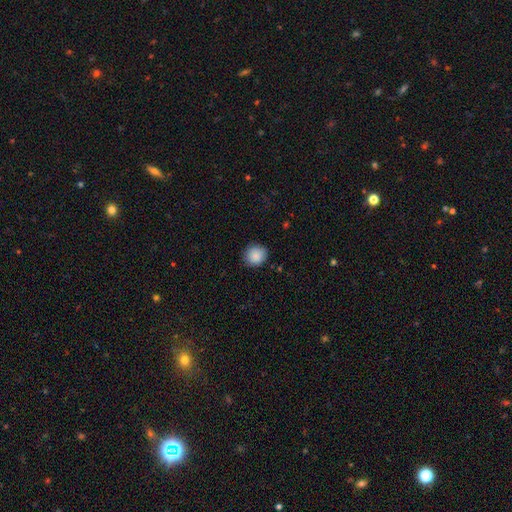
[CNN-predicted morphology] A smooth galaxy with no disk features (88%) that is round (90%).

Vote fractions:
- Smooth or featured? smooth: 88% / star or artifact: 8% / featured or disk: 4%
- How rounded? round: 90% / in between: 9% / cigar-shaped: 1%
- Merging? none: 87% / minor disturbance: 10% / major disturbance: 2% / merger: 1%